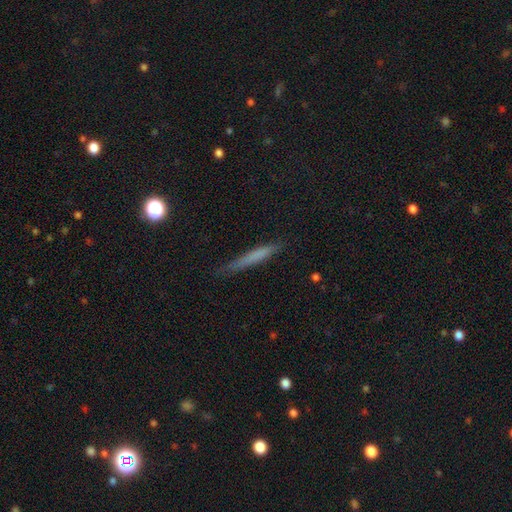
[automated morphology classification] This is likely a smooth galaxy (62%). How rounded: clearly cigar-shaped (95%). Merging: likely none (79%).